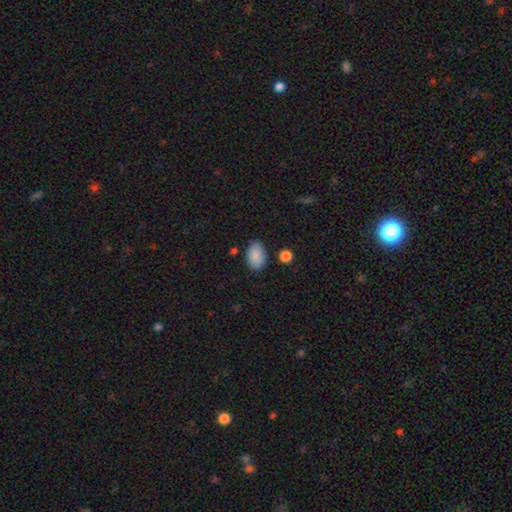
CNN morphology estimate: A smooth galaxy with no disk features (88%) that is in between round and cigar-shaped (91%).

Vote fractions:
- Smooth or featured? smooth: 88% / star or artifact: 7% / featured or disk: 5%
- How rounded? in between: 91% / round: 8% / cigar-shaped: 1%
- Merging? none: 80% / minor disturbance: 14% / merger: 3% / major disturbance: 3%